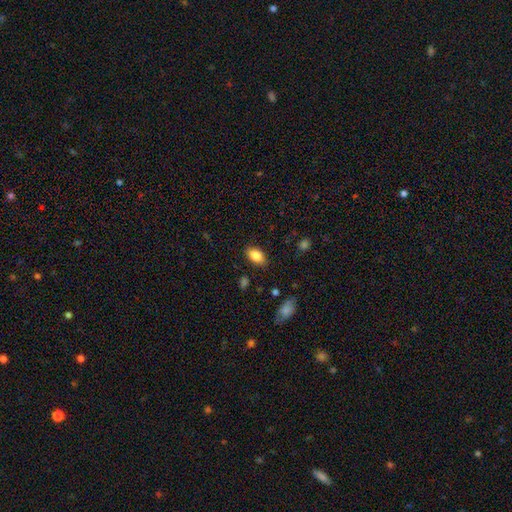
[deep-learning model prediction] Morphology: type=smooth (86%); roundness=in between (91%); merging=none (85%).